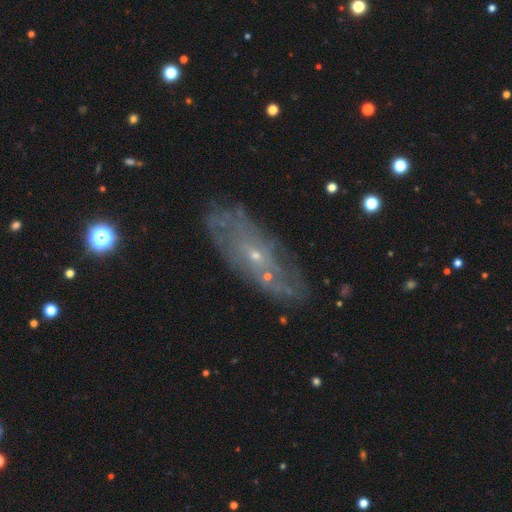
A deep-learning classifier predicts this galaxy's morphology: The model was most divided on "spiral arms": yes: 53%, no: 47%. More confident: edge-on disk — no (83%); bar — no (81%); bulge size — small (80%); smooth or featured — featured or disk (69%); merging — none (69%).